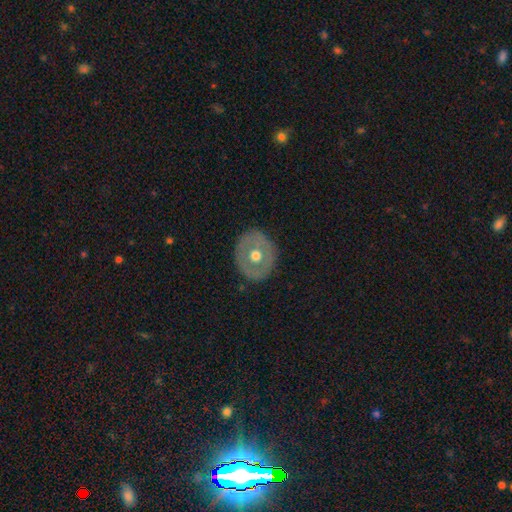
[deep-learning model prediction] Q: Smooth or featured?
A: featured or disk (50%); runner-up: smooth (43%)
Q: Edge-on disk?
A: no (94%); runner-up: yes (6%)
Q: Merging?
A: none (84%); runner-up: minor disturbance (11%)